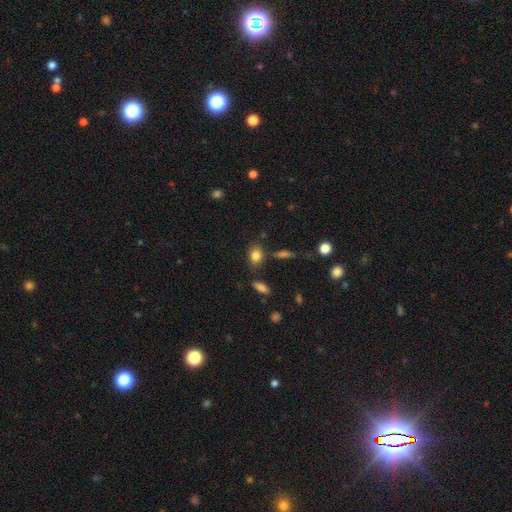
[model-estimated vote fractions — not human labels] A smooth galaxy with no disk features (83%) that is in between round and cigar-shaped (60%).

Vote fractions:
- Smooth or featured? smooth: 83% / star or artifact: 10% / featured or disk: 8%
- How rounded? in between: 60% / round: 38% / cigar-shaped: 2%
- Merging? none: 76% / minor disturbance: 13% / merger: 7% / major disturbance: 4%